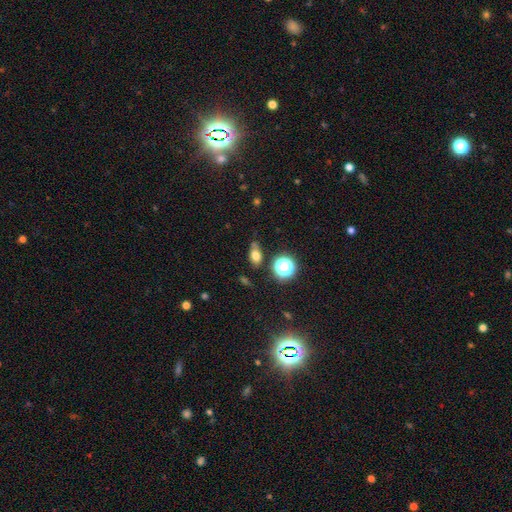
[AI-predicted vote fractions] Smooth or featured? Predicted: smooth (p=0.72). How rounded? Predicted: in between (p=0.73). Merging? Predicted: none (p=0.66).